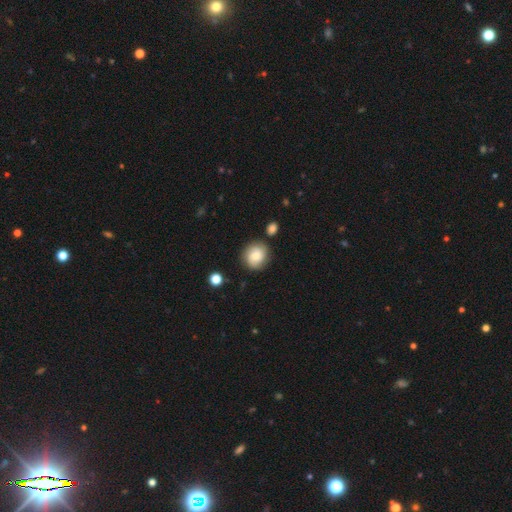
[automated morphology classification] Smooth or featured? Predicted: smooth (p=0.71). How rounded? Predicted: round (p=0.83). Merging? Predicted: none (p=0.78).